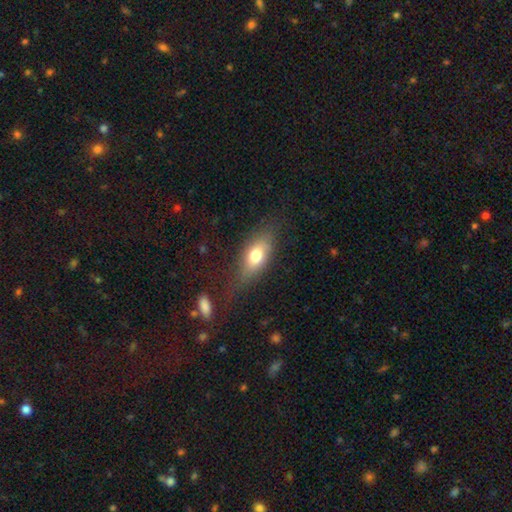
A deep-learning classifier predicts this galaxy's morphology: smooth 69%, featured or disk 23%, star or artifact 8%. Down the decision tree: how rounded — in between (77%); merging — none (64%).